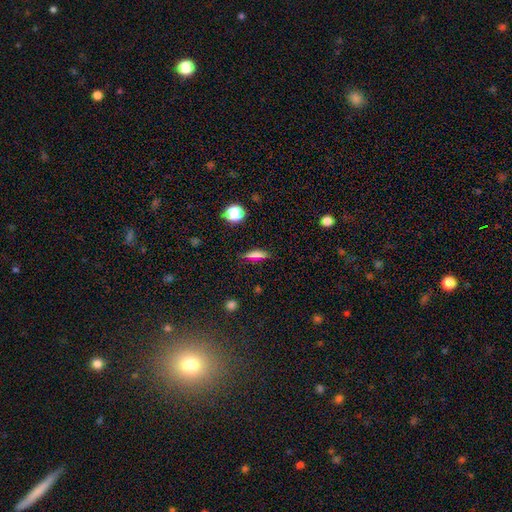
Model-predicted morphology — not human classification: The model was most divided on "how rounded": cigar-shaped: 71%, in between: 23%, round: 6%. More confident: merging — none (86%); smooth or featured — smooth (71%).